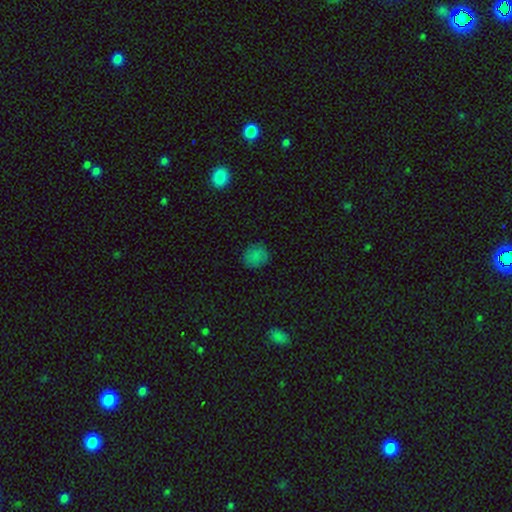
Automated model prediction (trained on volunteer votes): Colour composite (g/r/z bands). It shows a smooth galaxy with no disk features (81%) that is round (84%). Merging: none (86%).